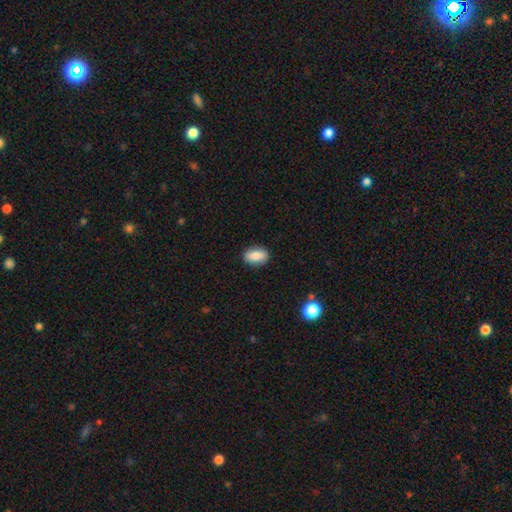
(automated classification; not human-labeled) smooth_or_featured: smooth (p=0.83) [alt: featured or disk p=0.10]
how_rounded: in between (p=0.86) [alt: round p=0.11]
merging: none (p=0.88) [alt: minor disturbance p=0.09]